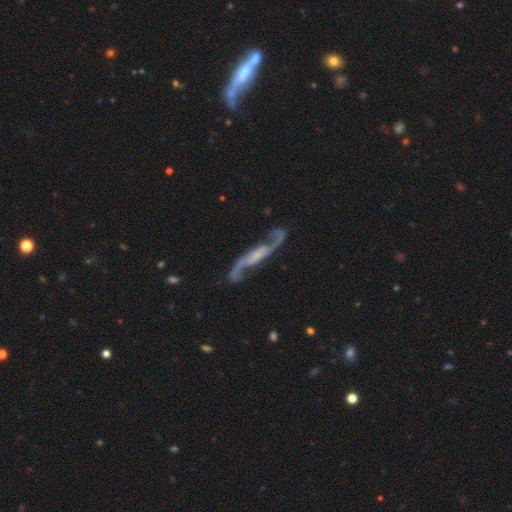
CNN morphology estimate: A featured or disk galaxy (92%) with a weak bar (40%), 2 (94%) loose (56%) spiral arms (98%) and a small central bulge (42%). Merging: none (79%).